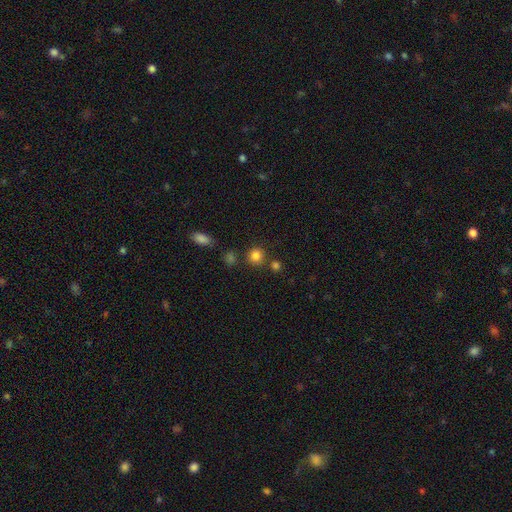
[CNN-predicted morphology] This appears to be a smooth galaxy with no disk features (82%) that is round (89%). Merging: none (77%).